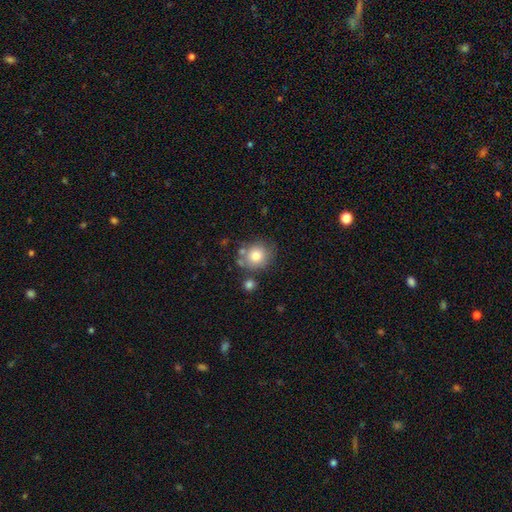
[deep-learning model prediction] A smooth galaxy with no disk features (79%) that is round (84%).

Vote fractions:
- Smooth or featured? smooth: 79% / featured or disk: 11% / star or artifact: 10%
- How rounded? round: 84% / in between: 15% / cigar-shaped: 1%
- Merging? none: 69% / minor disturbance: 15% / merger: 12% / major disturbance: 5%